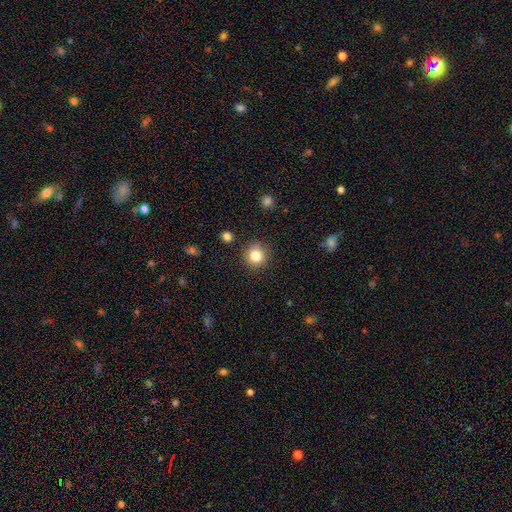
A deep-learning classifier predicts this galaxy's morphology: A smooth galaxy with no disk features (83%) that is round (93%). Merging: none (89%).